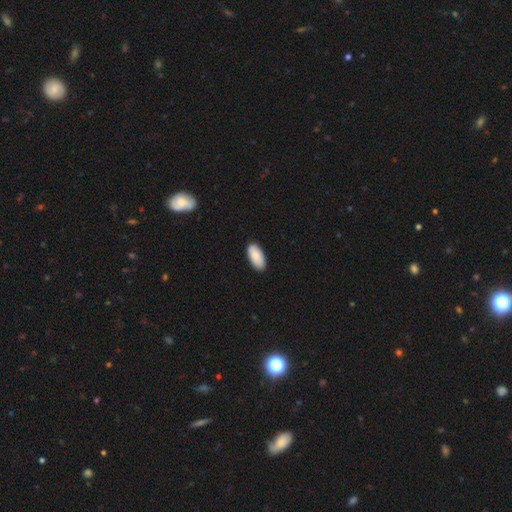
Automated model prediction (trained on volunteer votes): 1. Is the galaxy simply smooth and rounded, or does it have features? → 86% smooth, 8% featured or disk, 6% star or artifact.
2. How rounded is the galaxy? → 94% in between, 4% cigar-shaped, 2% round.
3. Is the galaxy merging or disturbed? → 90% none, 8% minor disturbance, 2% major disturbance, 1% merger.